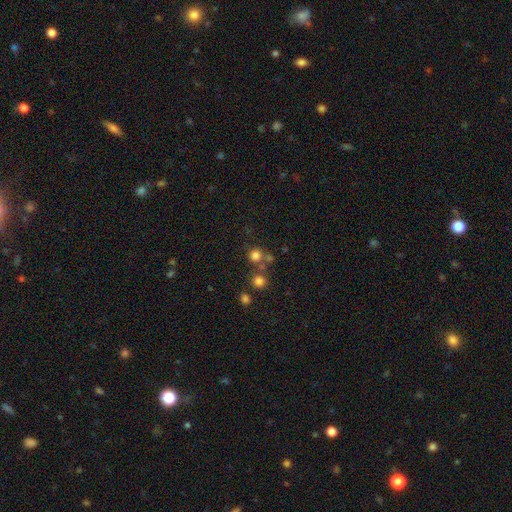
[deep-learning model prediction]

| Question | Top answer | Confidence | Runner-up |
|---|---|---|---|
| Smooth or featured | smooth | 76% | star or artifact (16%) |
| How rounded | round | 91% | in between (8%) |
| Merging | none | 65% | merger (22%) |